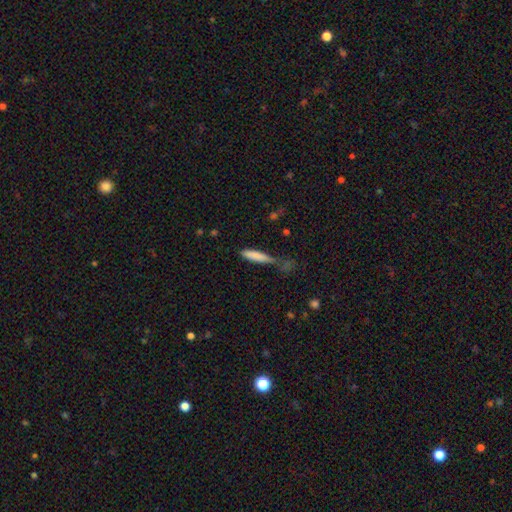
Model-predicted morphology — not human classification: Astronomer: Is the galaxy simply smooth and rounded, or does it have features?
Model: smooth — 81%.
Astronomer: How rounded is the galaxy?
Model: cigar-shaped — 82%.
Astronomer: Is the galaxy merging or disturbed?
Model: none — 42% (runner-up: minor disturbance, 32%).